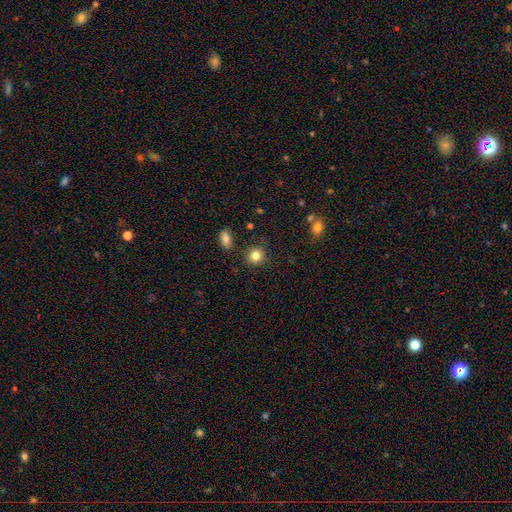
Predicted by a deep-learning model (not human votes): Overall: smooth (83%). How rounded: round (87%). Merging: none (85%).